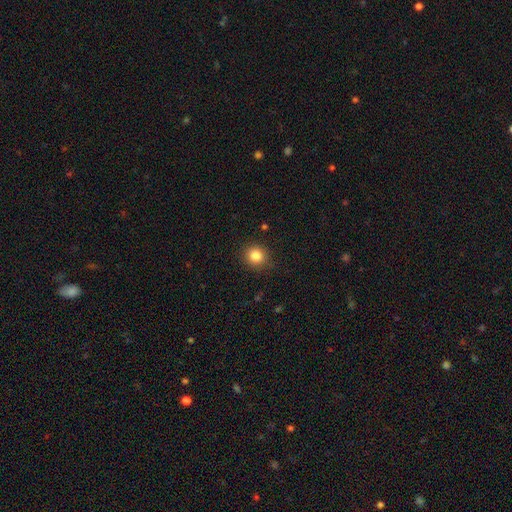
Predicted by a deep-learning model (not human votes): A smooth galaxy with no disk features (84%) that is round (90%).

Vote fractions:
- Smooth or featured? smooth: 84% / star or artifact: 11% / featured or disk: 5%
- How rounded? round: 90% / in between: 9% / cigar-shaped: 1%
- Merging? none: 89% / minor disturbance: 7% / major disturbance: 2% / merger: 1%